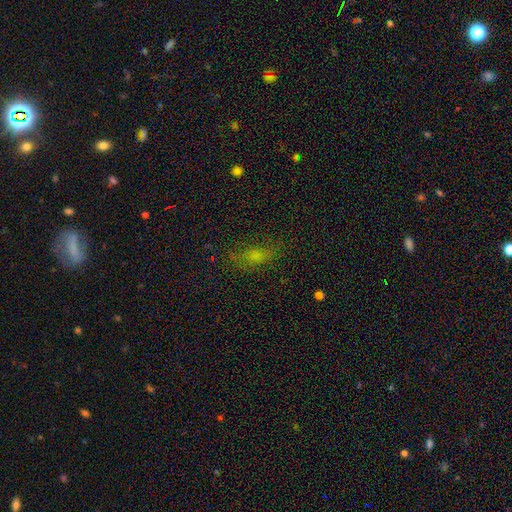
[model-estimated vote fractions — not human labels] smooth_or_featured: smooth (p=0.63) [alt: star or artifact p=0.20]
how_rounded: in between (p=0.71) [alt: cigar-shaped p=0.20]
merging: none (p=0.69) [alt: minor disturbance p=0.19]